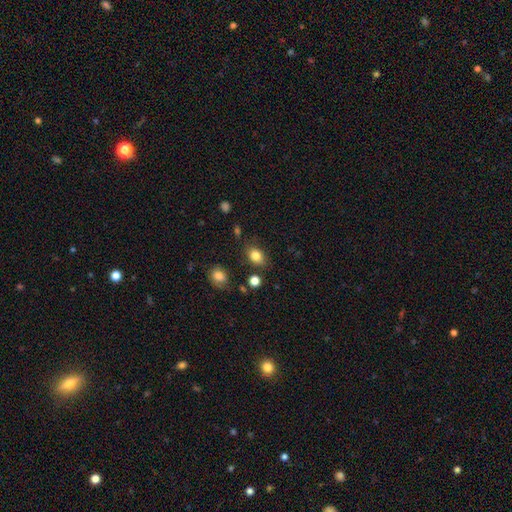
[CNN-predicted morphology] smooth_or_featured: smooth (p=0.83) [alt: star or artifact p=0.10]
how_rounded: in between (p=0.73) [alt: round p=0.26]
merging: none (p=0.77) [alt: minor disturbance p=0.16]